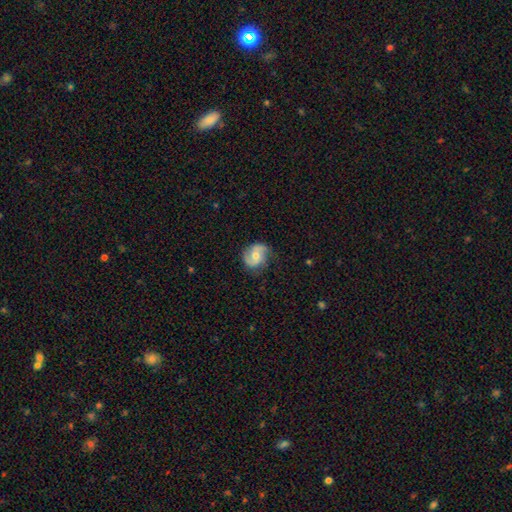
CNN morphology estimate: Smooth or featured: featured or disk — 71% (smooth — 23%)
Edge-on disk: no — 98% (yes — 2%)
Bar: no — 56% (weak — 35%)
Spiral arms: yes — 93% (no — 7%)
Spiral winding: medium — 46% (loose — 33%)
Spiral arm count: 2 — 88% (can't tell — 6%)
Bulge size: moderate — 64% (small — 31%)
Merging: none — 74% (minor disturbance — 19%)